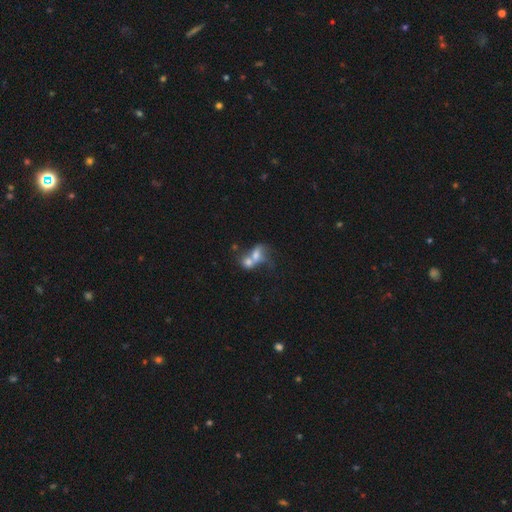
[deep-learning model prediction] This is possibly a smooth galaxy (57%). How rounded: likely in between (66%). Merging: likely merger (71%).